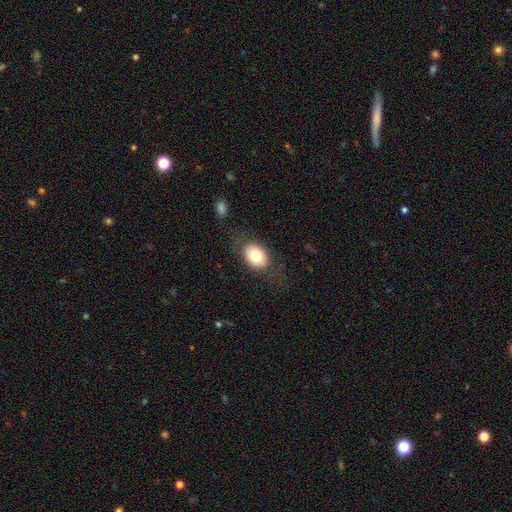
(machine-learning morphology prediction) Smooth or featured?
  - smooth: 78% *
  - featured or disk: 14%
  - star or artifact: 8%
How rounded?
  - in between: 72% *
  - round: 27%
  - cigar-shaped: 1%
Merging?
  - none: 73% *
  - minor disturbance: 16%
  - major disturbance: 9%
  - merger: 2%